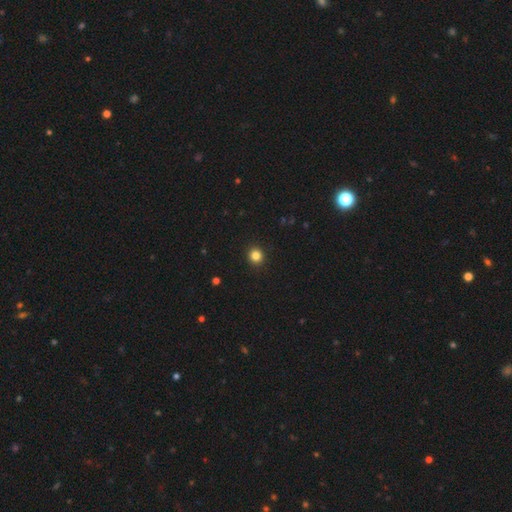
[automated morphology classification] Smooth or featured: smooth — 84% (star or artifact — 12%)
How rounded: round — 89% (in between — 10%)
Merging: none — 93% (minor disturbance — 5%)